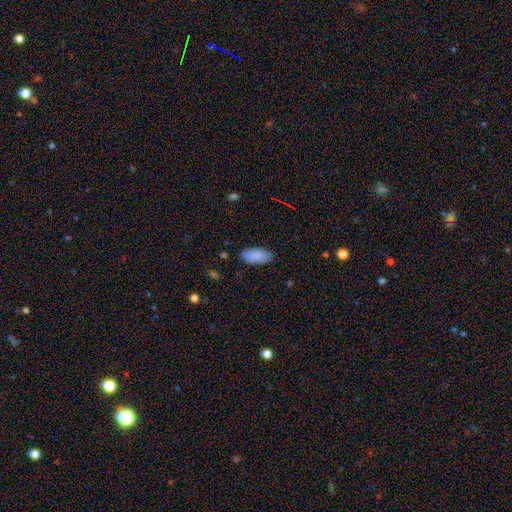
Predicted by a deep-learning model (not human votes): A smooth galaxy with no disk features (86%) that is in between round and cigar-shaped (94%). Merging: none (83%).